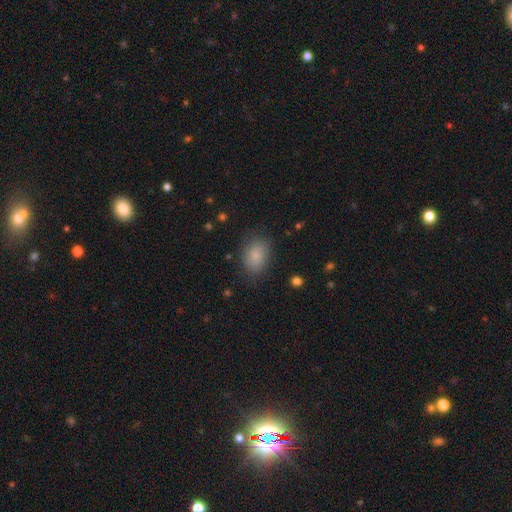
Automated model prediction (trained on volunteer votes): Q: Smooth or featured?
A: smooth (84%); runner-up: star or artifact (9%)
Q: How rounded?
A: in between (81%); runner-up: round (18%)
Q: Merging?
A: none (79%); runner-up: minor disturbance (15%)